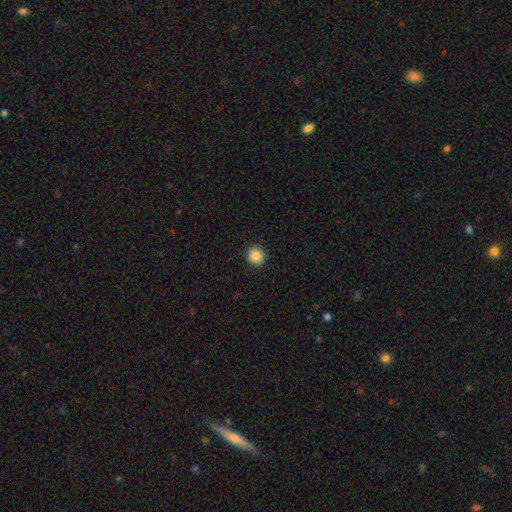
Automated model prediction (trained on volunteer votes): Morphology: type=smooth (84%); roundness=round (89%); merging=none (92%).